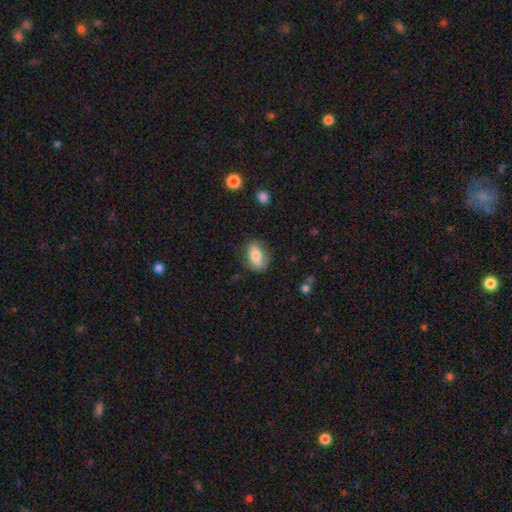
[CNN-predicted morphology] type=smooth (72%); roundness=in between (80%); merging=none (77%).